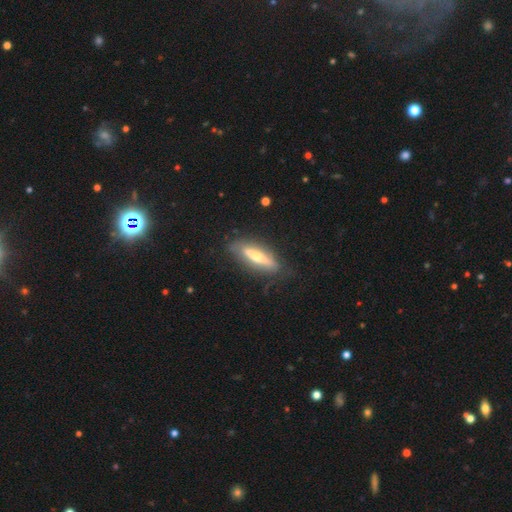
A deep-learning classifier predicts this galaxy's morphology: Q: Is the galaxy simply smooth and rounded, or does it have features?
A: featured or disk — 62%.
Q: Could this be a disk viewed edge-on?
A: yes — 77%.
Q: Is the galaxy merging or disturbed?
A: none — 80%.